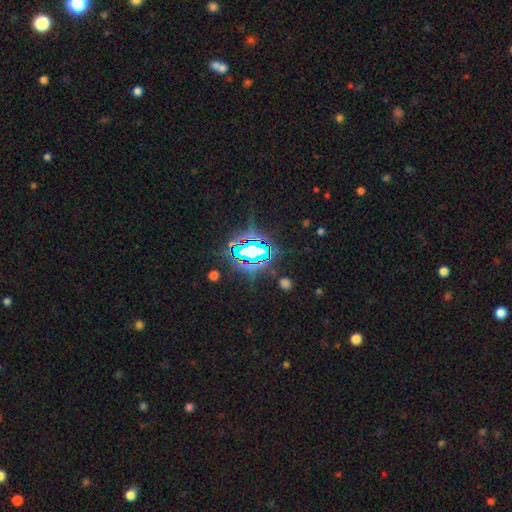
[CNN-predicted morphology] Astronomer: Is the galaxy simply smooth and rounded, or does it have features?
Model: star or artifact — 75%.